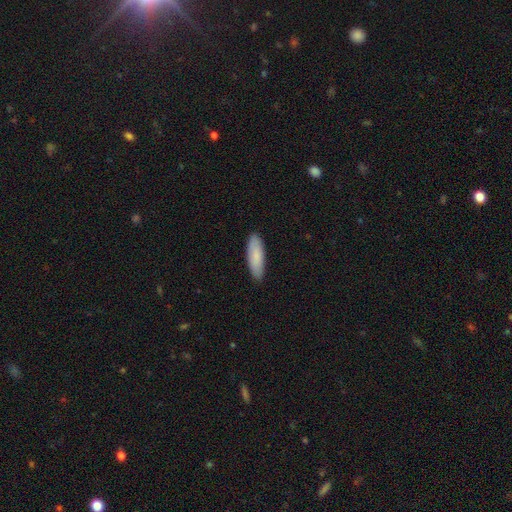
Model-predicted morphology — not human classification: Q: Smooth or featured?
A: smooth (86%); runner-up: featured or disk (9%)
Q: How rounded?
A: in between (51%); runner-up: cigar-shaped (47%)
Q: Merging?
A: none (89%); runner-up: minor disturbance (9%)